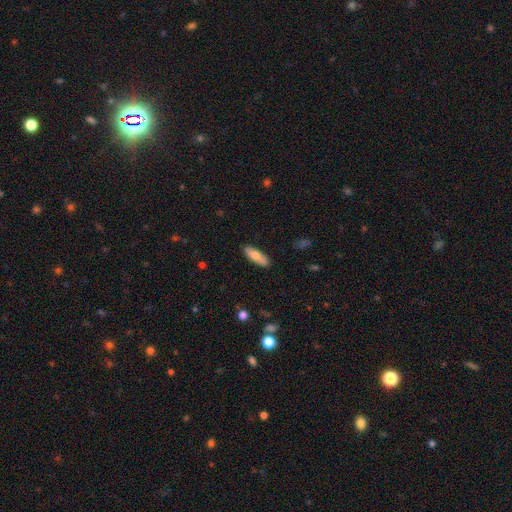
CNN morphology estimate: A smooth galaxy with no disk features (79%) that is cigar-shaped (50%). Merging: none (86%).